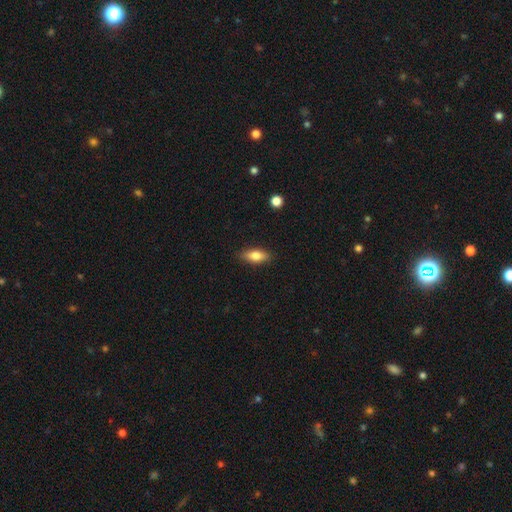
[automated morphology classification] This is likely a smooth galaxy (78%). How rounded: likely in between (76%). Merging: clearly none (88%).